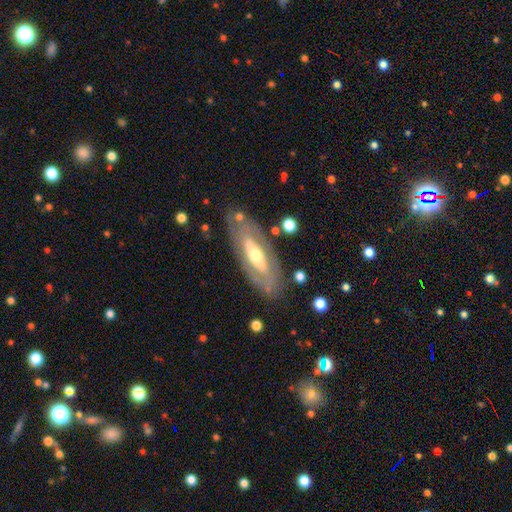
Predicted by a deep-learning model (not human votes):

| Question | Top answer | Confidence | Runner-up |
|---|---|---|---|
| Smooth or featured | featured or disk | 68% | smooth (26%) |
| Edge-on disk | no | 82% | yes (18%) |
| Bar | no | 66% | weak (20%) |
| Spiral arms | no | 66% | yes (34%) |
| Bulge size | moderate | 61% | small (28%) |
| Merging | none | 78% | minor disturbance (14%) |